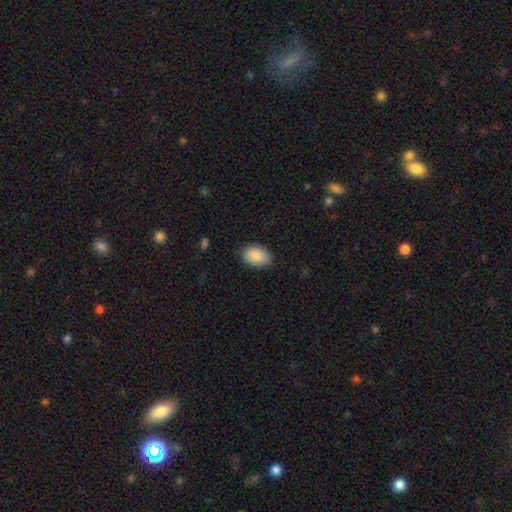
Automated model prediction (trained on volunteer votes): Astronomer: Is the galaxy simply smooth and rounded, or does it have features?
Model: smooth — 89%.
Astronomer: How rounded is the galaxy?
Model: in between — 86%.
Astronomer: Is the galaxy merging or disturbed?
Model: none — 86%.